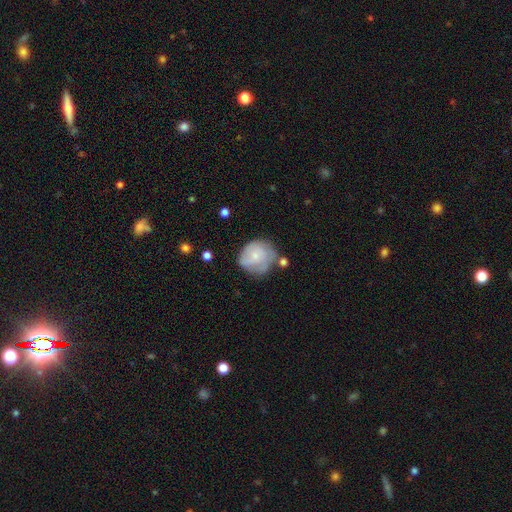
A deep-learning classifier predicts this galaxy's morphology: Smooth or featured? smooth (59%)
How rounded? round (80%)
Merging? none (46%)